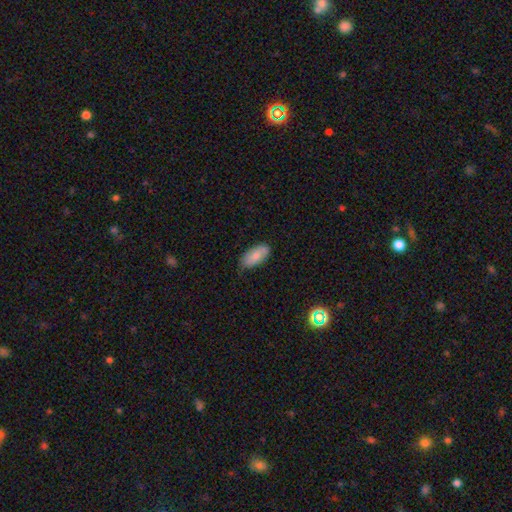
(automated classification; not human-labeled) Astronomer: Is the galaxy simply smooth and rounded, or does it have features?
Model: smooth — 77%.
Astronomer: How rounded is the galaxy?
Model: in between — 91%.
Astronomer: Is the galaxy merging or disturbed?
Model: none — 70%.